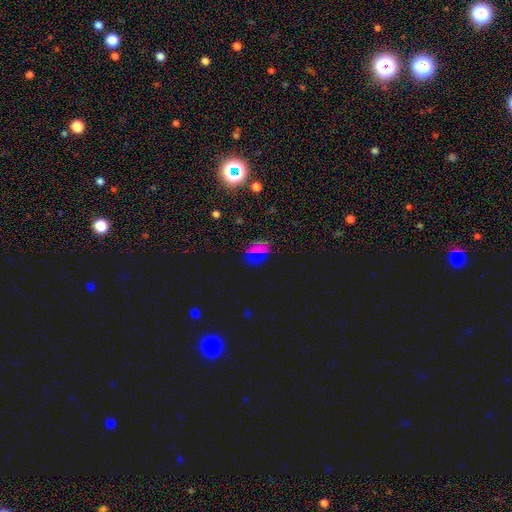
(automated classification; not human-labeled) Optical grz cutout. It shows a smooth galaxy with no disk features (45%). Merging: none (78%).